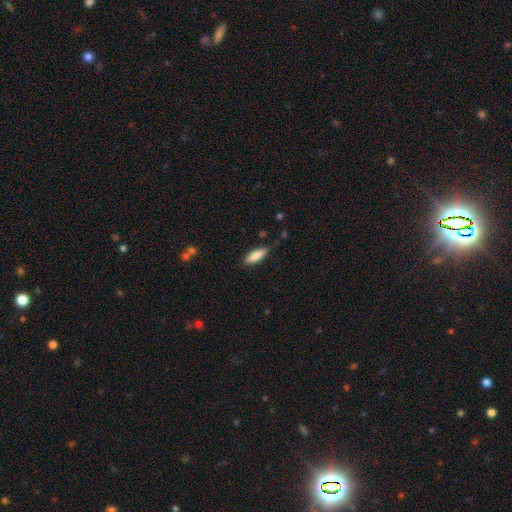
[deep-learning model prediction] Overall: smooth (81%). How rounded: in between (57%; cigar-shaped 41%). Merging: none (81%).